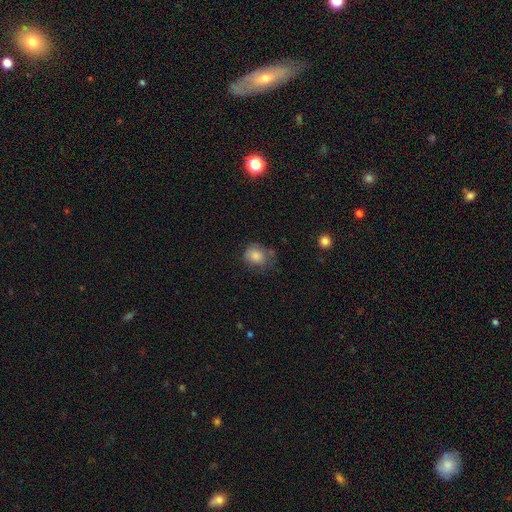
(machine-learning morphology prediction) smooth_or_featured: smooth (p=0.80) [alt: featured or disk p=0.11]
how_rounded: round (p=0.57) [alt: in between p=0.42]
merging: none (p=0.51) [alt: minor disturbance p=0.30]